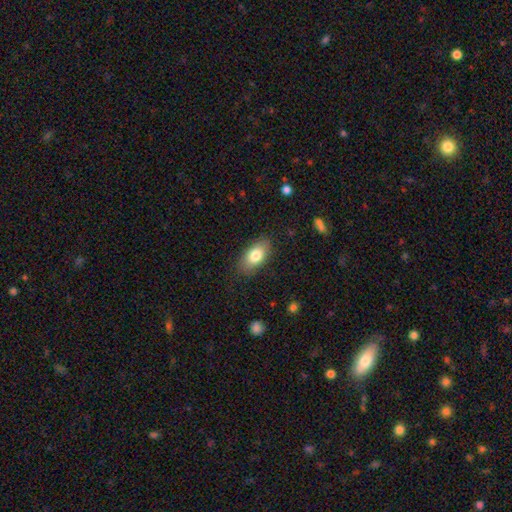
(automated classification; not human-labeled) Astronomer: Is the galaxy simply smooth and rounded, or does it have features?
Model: smooth — 79%.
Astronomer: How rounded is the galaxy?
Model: in between — 90%.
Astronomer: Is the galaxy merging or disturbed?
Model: none — 83%.